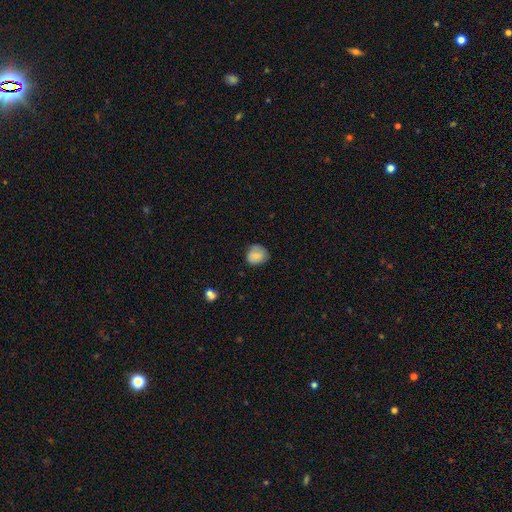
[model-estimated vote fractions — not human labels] A smooth galaxy with no disk features (81%) that is round (75%). Merging: none (71%).